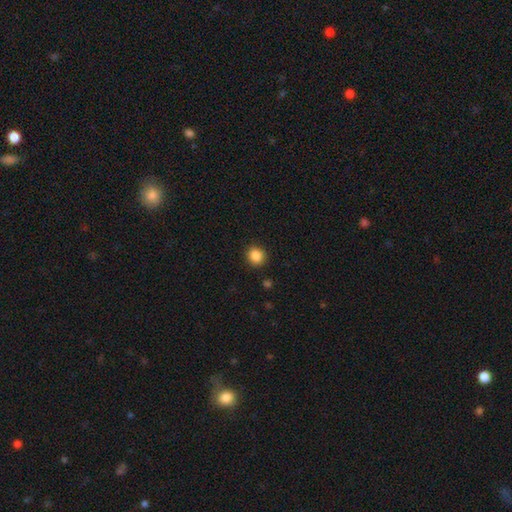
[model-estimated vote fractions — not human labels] This appears to be a smooth galaxy with no disk features (87%) that is round (85%). Merging: none (90%).